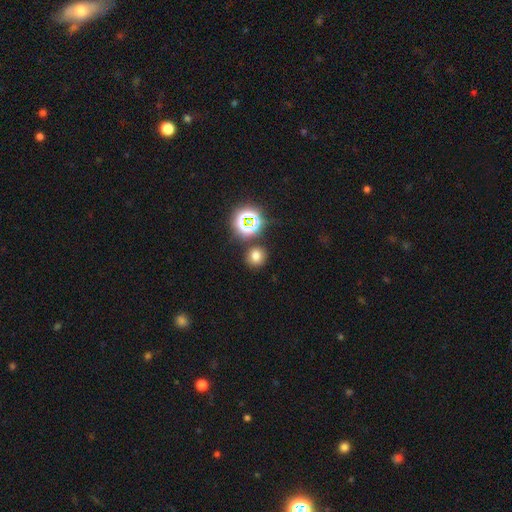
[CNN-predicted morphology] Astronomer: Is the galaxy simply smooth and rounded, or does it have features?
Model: smooth — 69%.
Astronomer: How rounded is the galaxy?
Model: round — 87%.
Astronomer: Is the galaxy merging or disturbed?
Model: none — 83%.